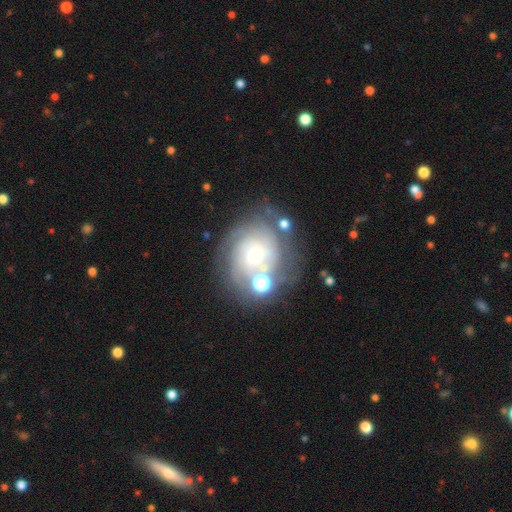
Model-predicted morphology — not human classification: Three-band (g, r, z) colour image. It shows a featured or disk galaxy (72%) with no bar (77%), tight (67%) spiral arms (87%) and a small central bulge (47%). Merging: none (62%).